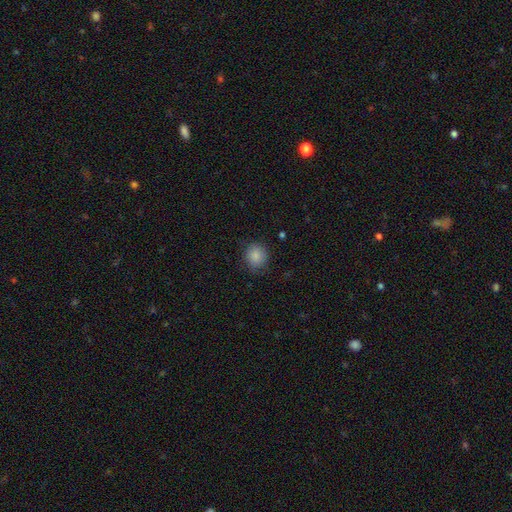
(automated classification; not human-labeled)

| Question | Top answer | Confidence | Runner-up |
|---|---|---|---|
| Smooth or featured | smooth | 87% | star or artifact (9%) |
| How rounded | round | 83% | in between (16%) |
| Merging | none | 82% | minor disturbance (13%) |